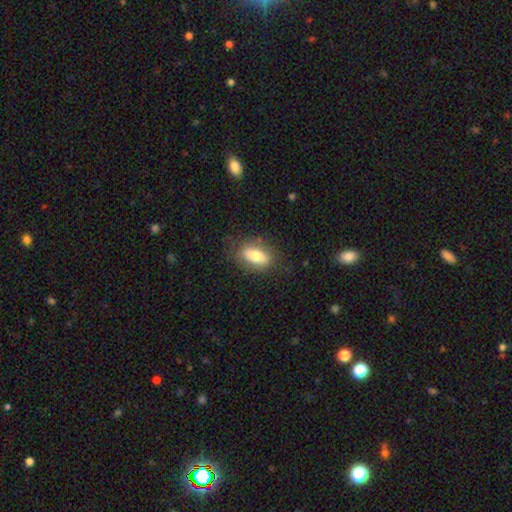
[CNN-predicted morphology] Smooth or featured? Predicted: smooth (p=0.67). How rounded? Predicted: in between (p=0.86). Merging? Predicted: none (p=0.75).